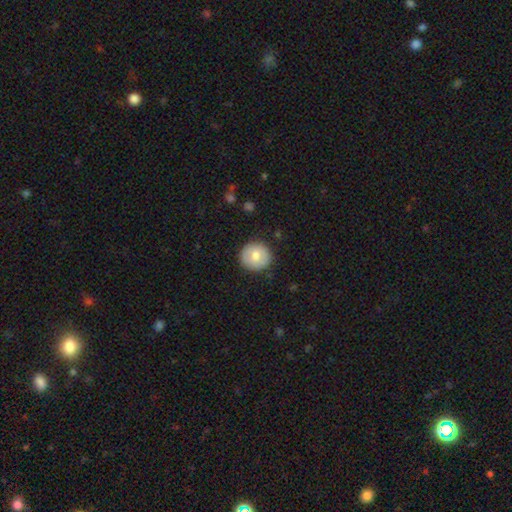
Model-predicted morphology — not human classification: Q: Smooth or featured?
A: smooth (70%); runner-up: featured or disk (23%)
Q: How rounded?
A: round (92%); runner-up: in between (7%)
Q: Merging?
A: none (88%); runner-up: minor disturbance (8%)